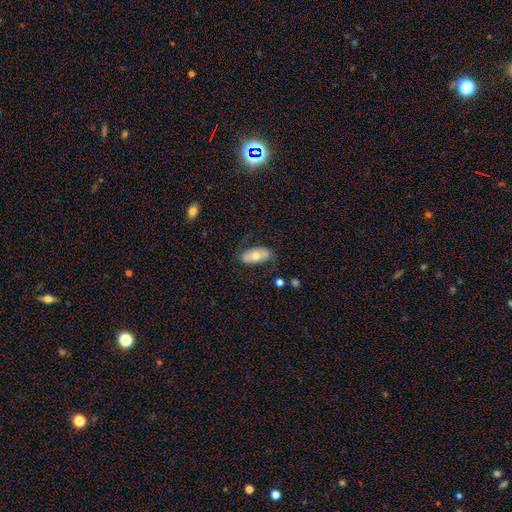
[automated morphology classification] This is likely a smooth galaxy (61%). How rounded: clearly in between (91%). Merging: likely none (74%).